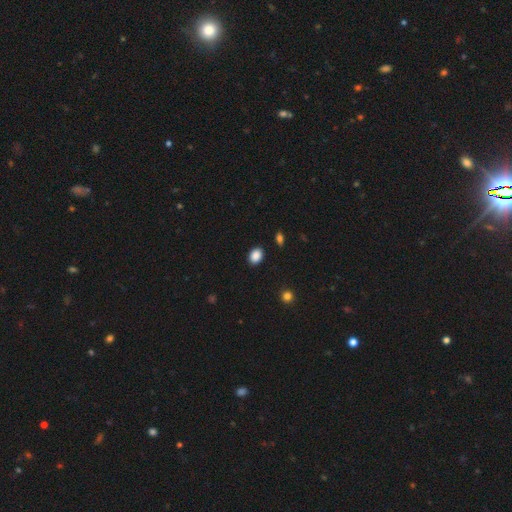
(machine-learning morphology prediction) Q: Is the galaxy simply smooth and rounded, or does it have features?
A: smooth — 88%.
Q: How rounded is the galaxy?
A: in between — 65%.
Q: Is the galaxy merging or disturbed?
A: none — 89%.